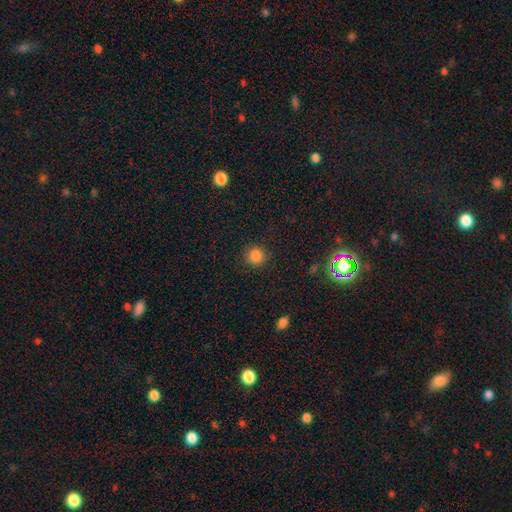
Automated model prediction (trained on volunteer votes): Smooth or featured: smooth — 84% (star or artifact — 12%)
How rounded: round — 90% (in between — 9%)
Merging: none — 89% (minor disturbance — 7%)